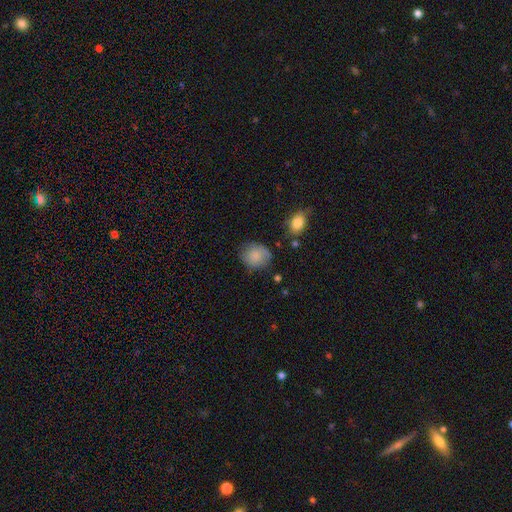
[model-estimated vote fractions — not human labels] smooth_or_featured: smooth (p=0.81) [alt: featured or disk p=0.11]
how_rounded: round (p=0.65) [alt: in between p=0.33]
merging: none (p=0.69) [alt: minor disturbance p=0.22]